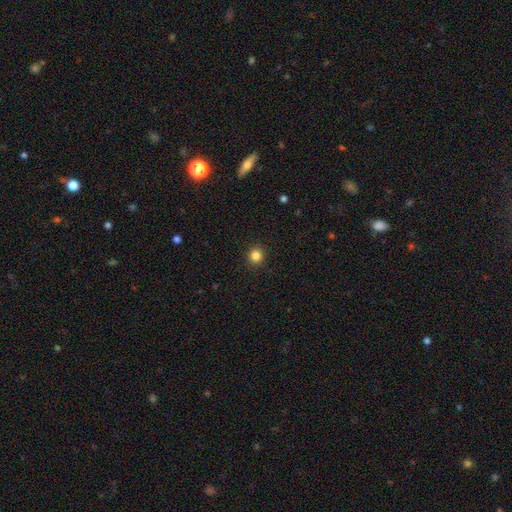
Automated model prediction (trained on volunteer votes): Smooth or featured? smooth (84%)
How rounded? round (93%)
Merging? none (92%)